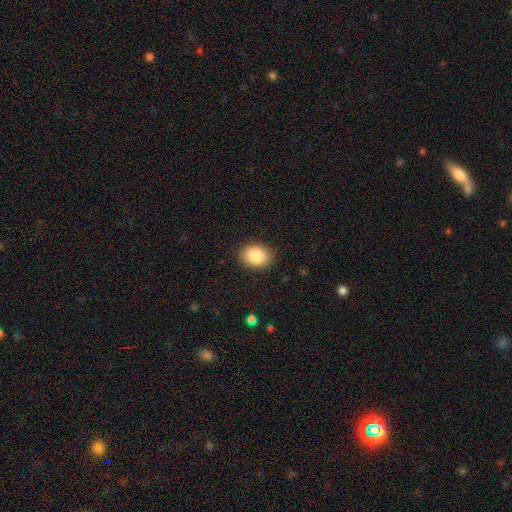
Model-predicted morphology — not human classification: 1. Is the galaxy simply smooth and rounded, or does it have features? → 87% smooth, 7% star or artifact, 5% featured or disk.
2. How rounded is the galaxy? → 72% in between, 27% round, 1% cigar-shaped.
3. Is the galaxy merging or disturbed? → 88% none, 9% minor disturbance, 2% major disturbance, 1% merger.